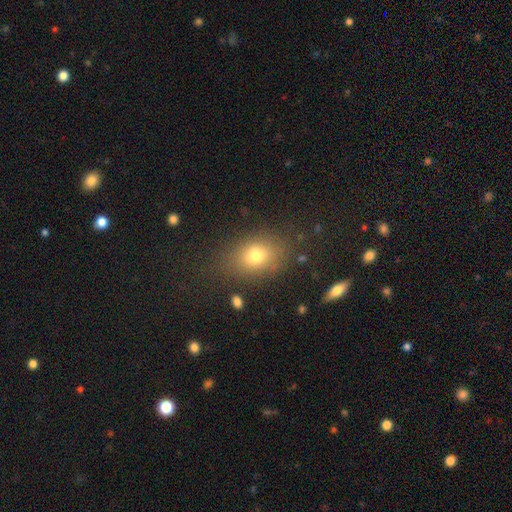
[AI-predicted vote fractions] Overall: smooth (74%). How rounded: in between (69%). Merging: none (78%).